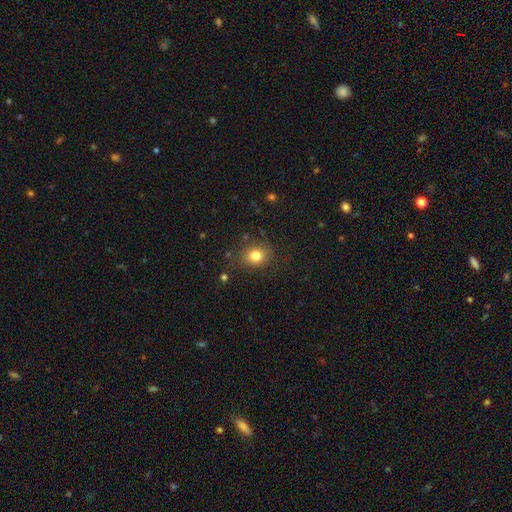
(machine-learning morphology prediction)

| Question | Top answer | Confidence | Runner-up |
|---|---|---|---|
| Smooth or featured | smooth | 80% | star or artifact (12%) |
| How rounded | round | 68% | in between (31%) |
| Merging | none | 82% | minor disturbance (12%) |